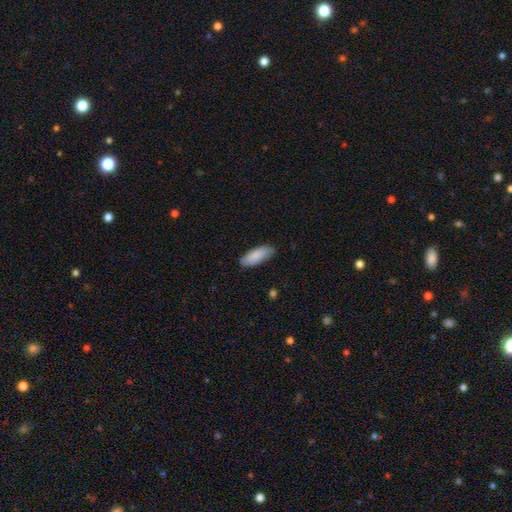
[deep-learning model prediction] Morphology: type=smooth (86%); roundness=in between (77%); merging=none (81%).